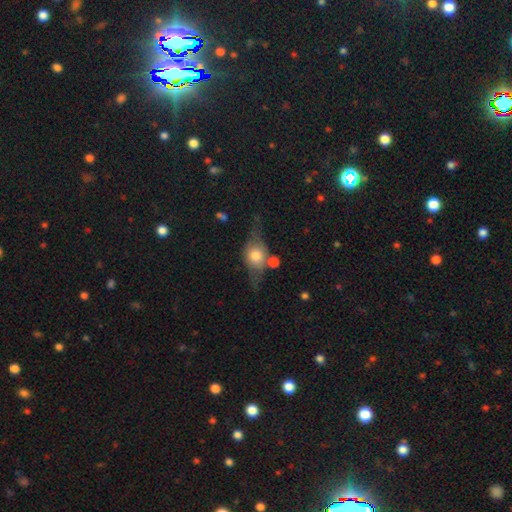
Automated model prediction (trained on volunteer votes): Smooth or featured? Predicted: featured or disk (p=0.49). Merging? Predicted: none (p=0.55).